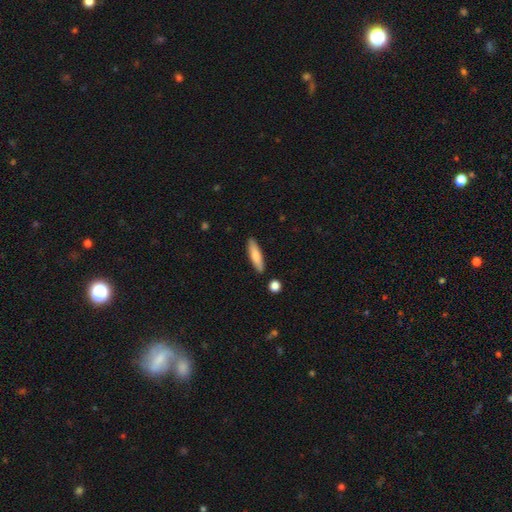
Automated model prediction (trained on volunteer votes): Smooth or featured? Predicted: smooth (p=0.76). How rounded? Predicted: cigar-shaped (p=0.71). Merging? Predicted: none (p=0.87).